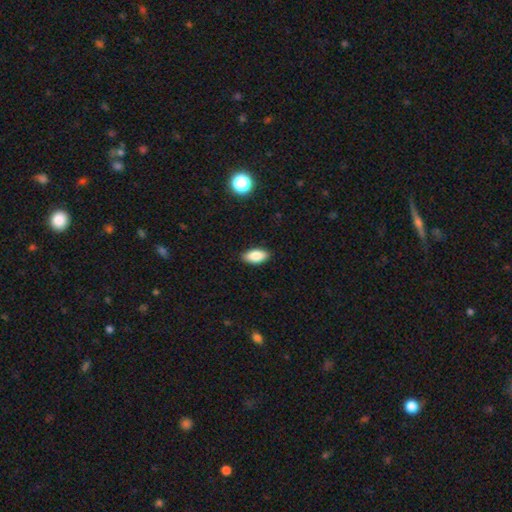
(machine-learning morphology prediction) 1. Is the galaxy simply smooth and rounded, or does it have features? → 86% smooth, 8% star or artifact, 6% featured or disk.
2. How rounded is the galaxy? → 92% in between, 5% cigar-shaped, 3% round.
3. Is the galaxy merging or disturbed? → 89% none, 9% minor disturbance, 2% major disturbance, 1% merger.